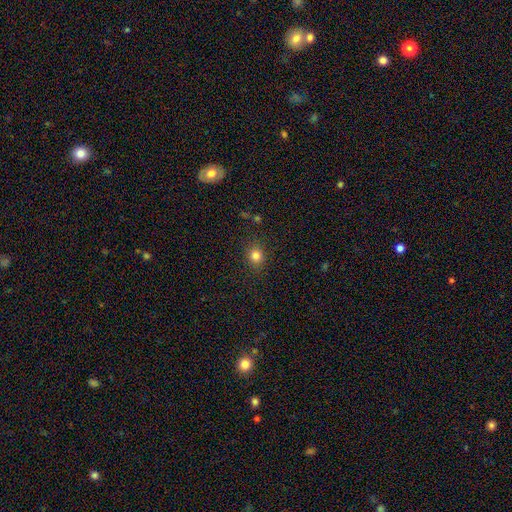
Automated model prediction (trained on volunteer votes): Smooth or featured: smooth — 82% (star or artifact — 13%)
How rounded: round — 81% (in between — 18%)
Merging: none — 88% (minor disturbance — 8%)